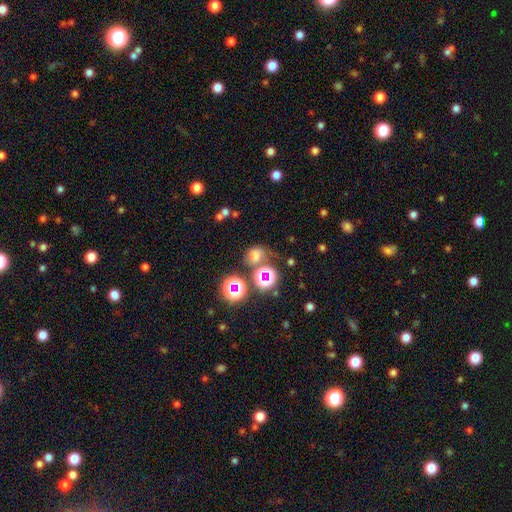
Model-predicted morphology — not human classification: This appears to be a smooth galaxy with no disk features (58%) that is round (57%). Merging: none (52%).